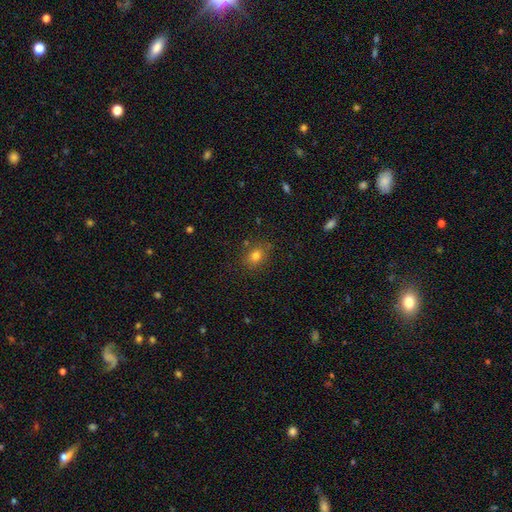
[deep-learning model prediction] Smooth or featured? Predicted: smooth (p=0.79). How rounded? Predicted: round (p=0.55). Merging? Predicted: none (p=0.79).